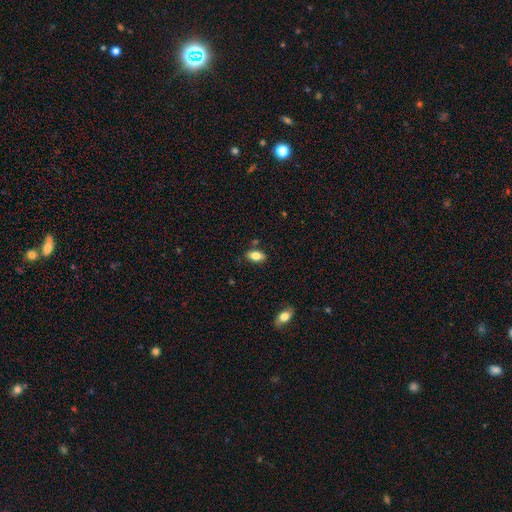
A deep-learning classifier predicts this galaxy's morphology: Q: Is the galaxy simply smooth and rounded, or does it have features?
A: smooth — 79%.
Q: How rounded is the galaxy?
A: in between — 89%.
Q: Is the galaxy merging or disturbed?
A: none — 82%.